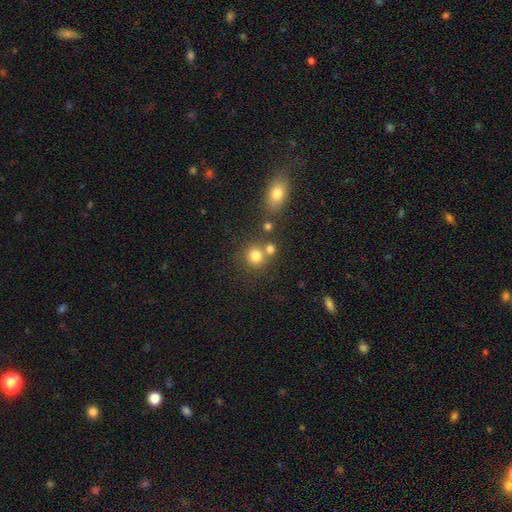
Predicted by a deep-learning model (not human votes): The model was most divided on "merging": none: 63%, merger: 24%, minor disturbance: 9%, major disturbance: 4%. More confident: how rounded — round (86%); smooth or featured — smooth (78%).